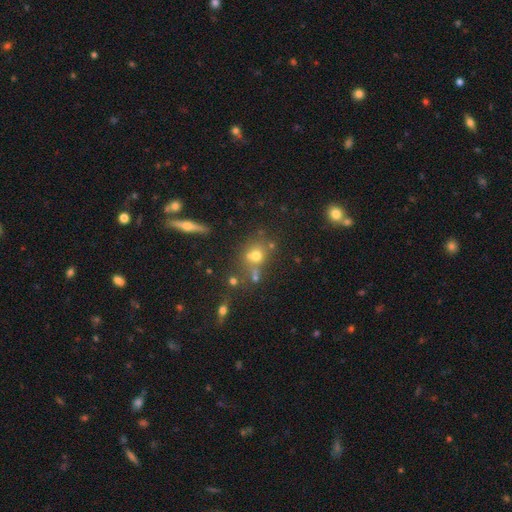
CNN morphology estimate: Smooth or featured: smooth — 63% (star or artifact — 20%)
How rounded: round — 75% (in between — 23%)
Merging: none — 54% (merger — 25%)